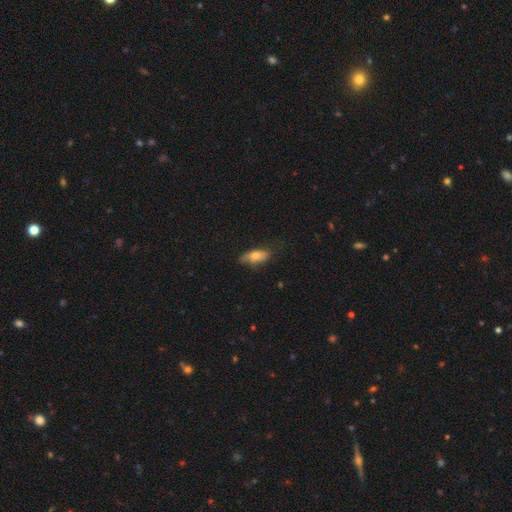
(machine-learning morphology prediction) smooth-or-featured: smooth: 72% | featured or disk: 21% | star or artifact: 7%
  how-rounded: in between: 80% | cigar-shaped: 17% | round: 3%
  merging: none: 62% | minor disturbance: 29% | major disturbance: 8% | merger: 2%